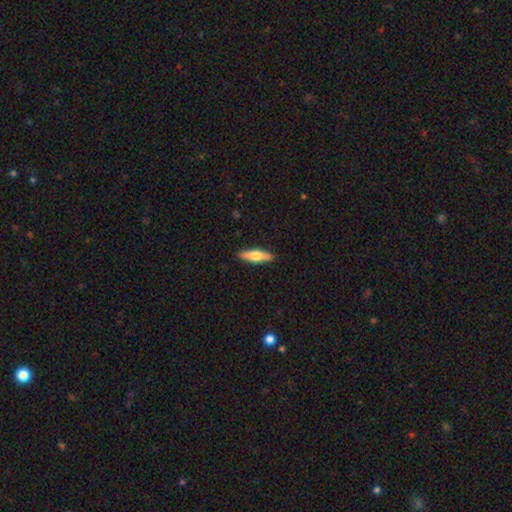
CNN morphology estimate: Smooth or featured? Predicted: smooth (p=0.59). How rounded? Predicted: cigar-shaped (p=0.63). Merging? Predicted: none (p=0.90).